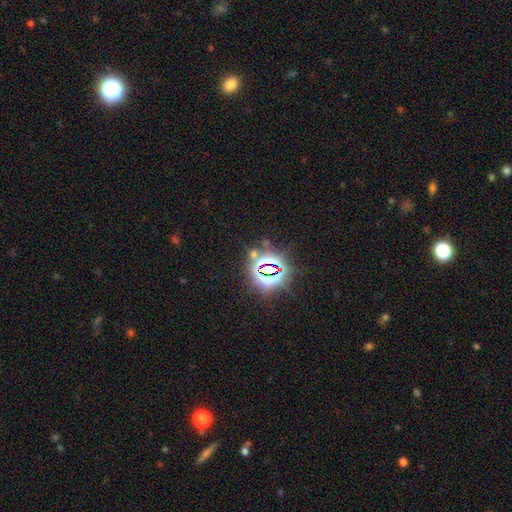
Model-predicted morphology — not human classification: A star or artifact, not a galaxy (81%).